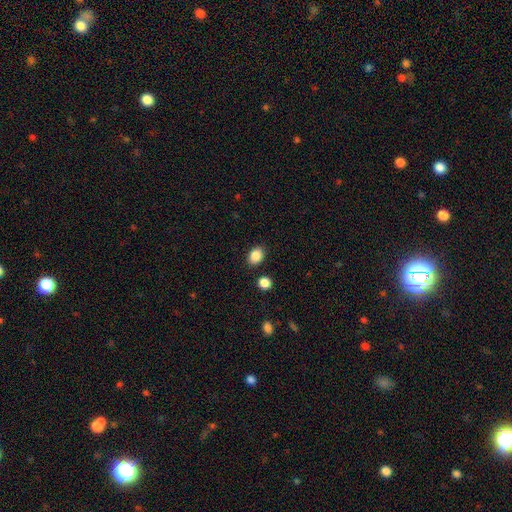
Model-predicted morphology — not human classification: smooth-or-featured: smooth: 87% | star or artifact: 9% | featured or disk: 4%
  how-rounded: in between: 69% | round: 30% | cigar-shaped: 1%
  merging: none: 84% | minor disturbance: 10% | merger: 4% | major disturbance: 3%